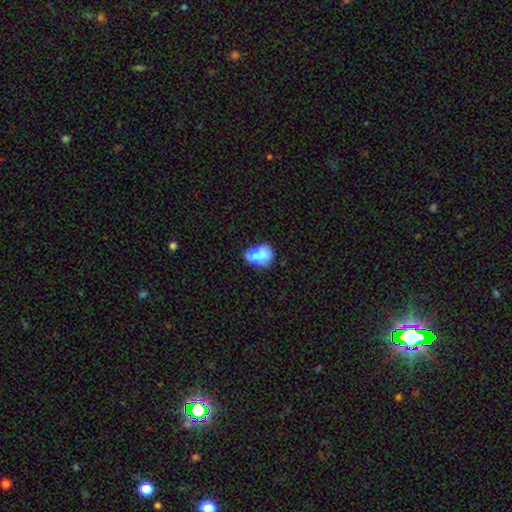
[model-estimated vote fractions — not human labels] Smooth or featured? smooth (67%)
How rounded? in between (62%)
Merging? merger (63%)